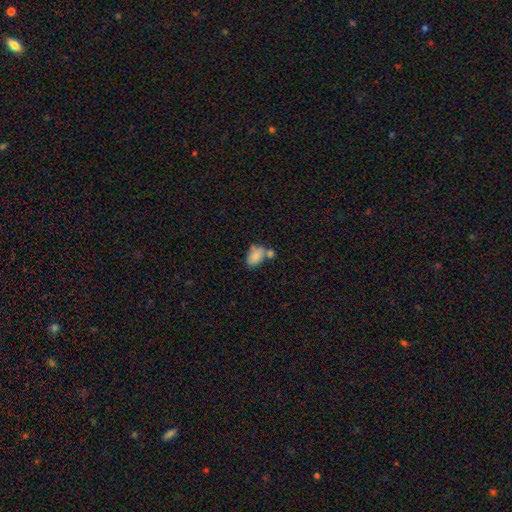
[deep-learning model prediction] Morphology: type=smooth (81%); roundness=in between (89%); merging=merger (39%).